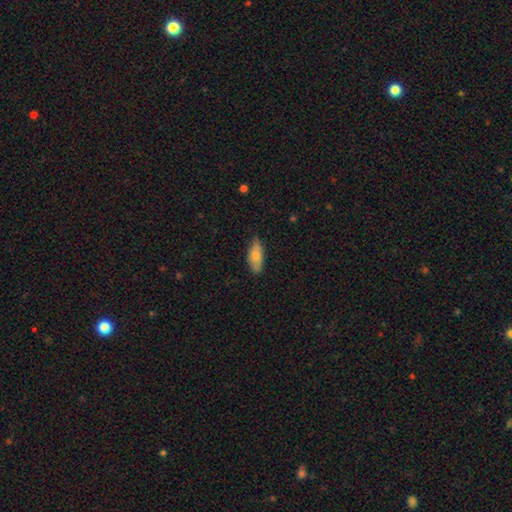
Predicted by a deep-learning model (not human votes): Smooth or featured: smooth — 80% (featured or disk — 14%)
How rounded: in between — 80% (cigar-shaped — 18%)
Merging: none — 78% (minor disturbance — 18%)